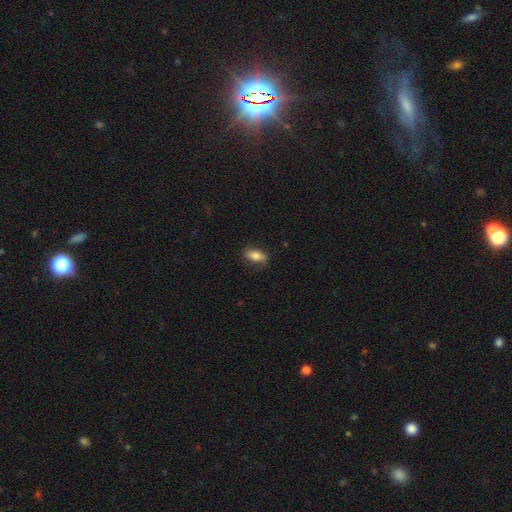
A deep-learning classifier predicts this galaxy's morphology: Smooth or featured? Predicted: smooth (p=0.73). How rounded? Predicted: in between (p=0.86). Merging? Predicted: none (p=0.78).